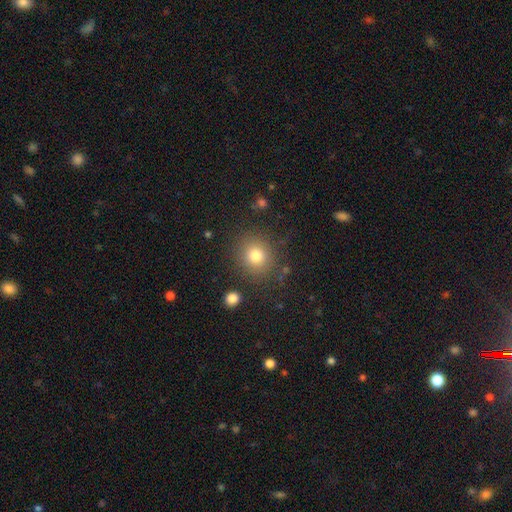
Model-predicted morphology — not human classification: smooth-or-featured: smooth: 79% | star or artifact: 12% | featured or disk: 9%
  how-rounded: round: 80% | in between: 19% | cigar-shaped: 1%
  merging: none: 84% | minor disturbance: 9% | major disturbance: 4% | merger: 3%